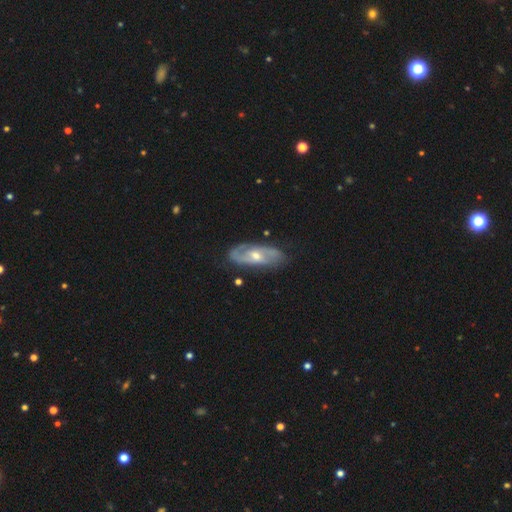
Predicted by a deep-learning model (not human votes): smooth-or-featured: featured or disk: 78% | smooth: 16% | star or artifact: 6%
  disk-edge-on: no: 89% | yes: 11%
    bar: no: 49% | weak: 39% | strong: 12%
    has-spiral-arms: yes: 87% | no: 13%
      spiral-winding: medium: 43% | tight: 36% | loose: 20%
      spiral-arm-count: 2: 70% | can't tell: 19% | 3: 4% | 1: 4% | 4: 2% | more than 4: 2%
    bulge-size: moderate: 60% | small: 35% | large: 3% | none: 1% | dominant: 1%
  merging: none: 80% | minor disturbance: 15% | major disturbance: 4% | merger: 2%